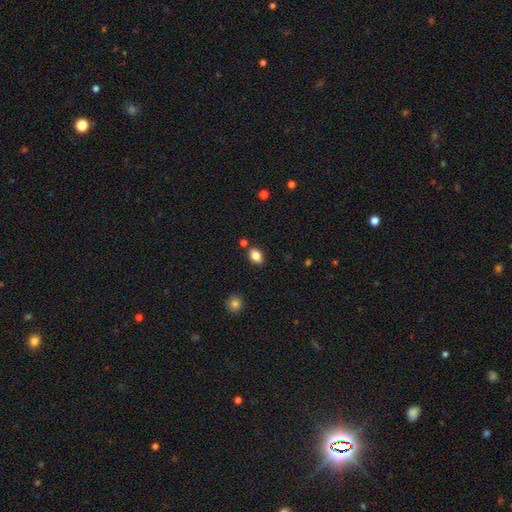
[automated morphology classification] type=smooth (83%); roundness=in between (77%); merging=none (81%).